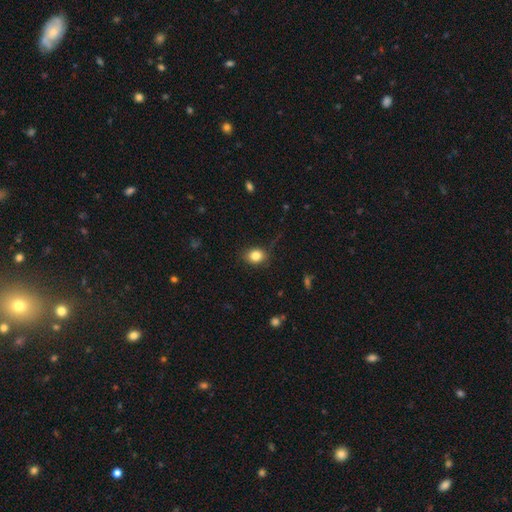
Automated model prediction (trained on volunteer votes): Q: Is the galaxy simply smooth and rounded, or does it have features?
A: smooth — 83%.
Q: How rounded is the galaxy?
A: round — 52%.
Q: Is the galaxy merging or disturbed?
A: none — 82%.